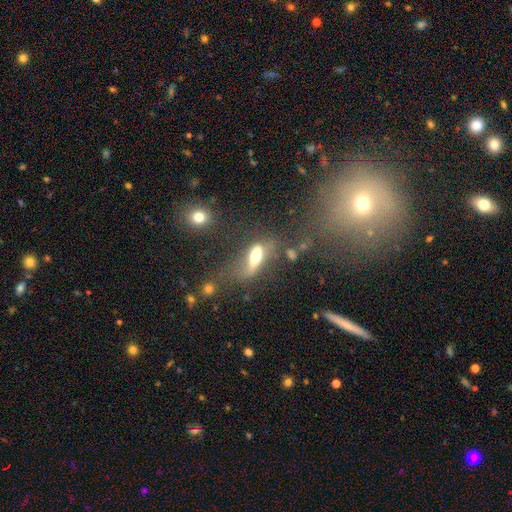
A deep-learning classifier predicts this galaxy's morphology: type=smooth (51%); roundness=in between (58%); merging=none (34%).